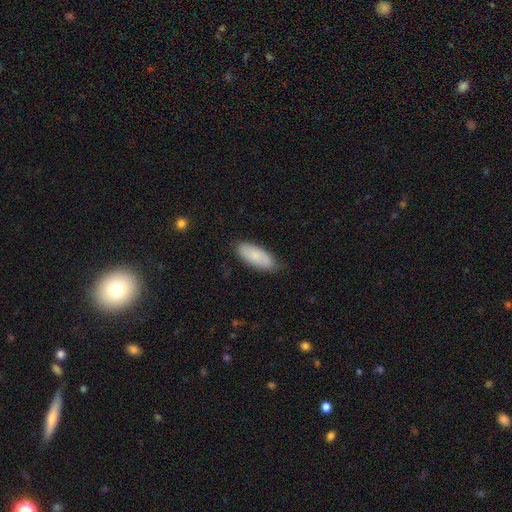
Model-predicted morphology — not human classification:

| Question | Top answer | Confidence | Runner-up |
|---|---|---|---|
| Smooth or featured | smooth | 82% | featured or disk (12%) |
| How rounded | in between | 82% | cigar-shaped (16%) |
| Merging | none | 78% | minor disturbance (18%) |